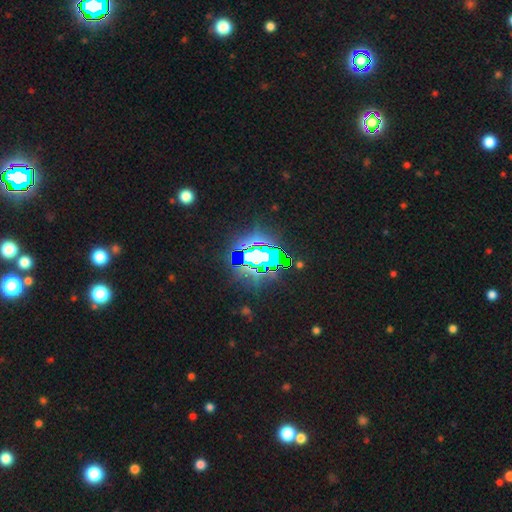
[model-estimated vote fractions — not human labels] A star or artifact, not a galaxy (73%).

Vote fractions:
- Smooth or featured? star or artifact: 73% / featured or disk: 15% / smooth: 12%